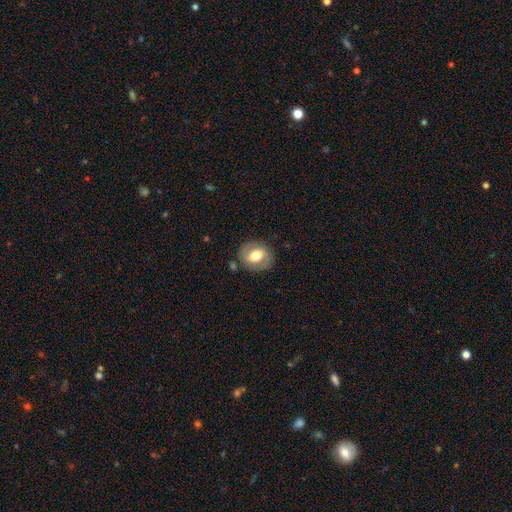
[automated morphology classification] Smooth or featured? Predicted: smooth (p=0.52). How rounded? Predicted: round (p=0.57). Merging? Predicted: none (p=0.79).